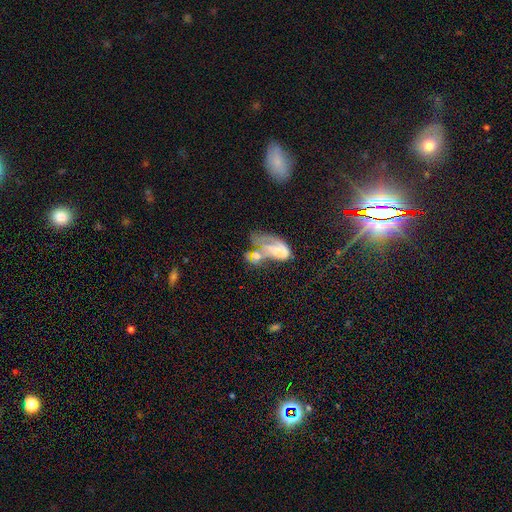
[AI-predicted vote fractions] Smooth or featured: featured or disk — 48% (smooth — 39%)
Merging: merger — 45% (major disturbance — 33%)